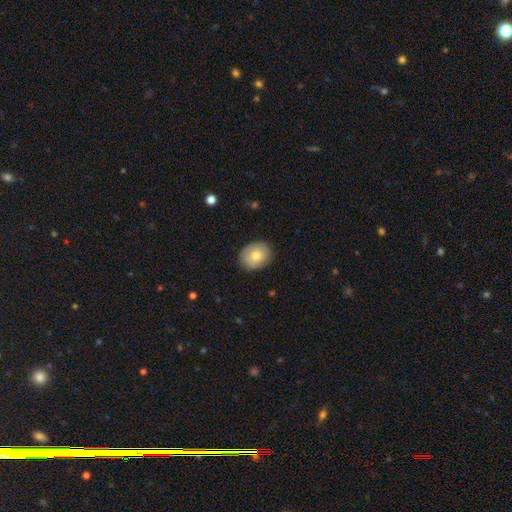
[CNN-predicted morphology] smooth_or_featured: smooth (p=0.75) [alt: featured or disk p=0.17]
how_rounded: in between (p=0.53) [alt: round p=0.47]
merging: none (p=0.85) [alt: minor disturbance p=0.12]